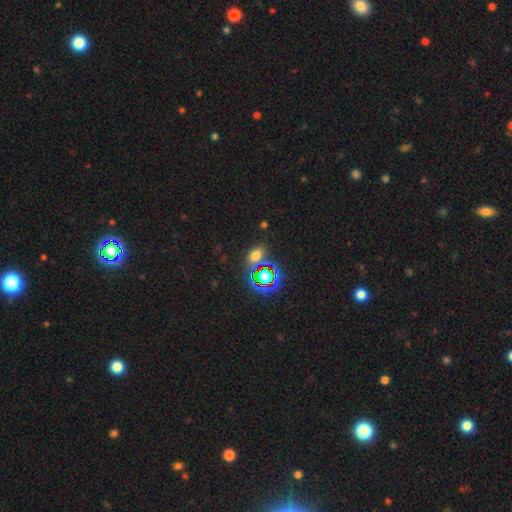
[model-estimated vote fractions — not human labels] This is possibly a smooth galaxy (58%). How rounded: likely in between (69%). Merging: likely none (74%).